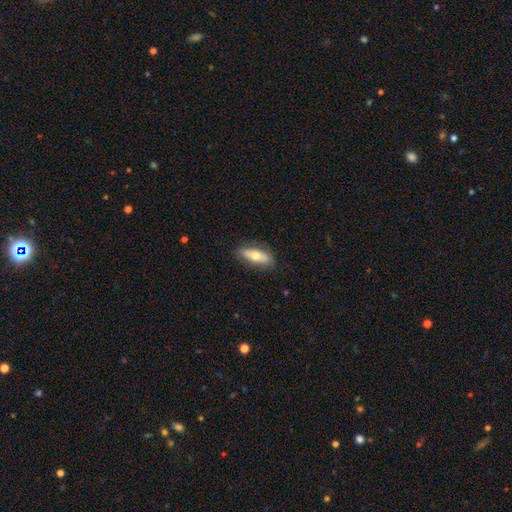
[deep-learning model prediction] smooth 59%, featured or disk 35%, star or artifact 6%. Down the decision tree: how rounded — in between (66%); merging — none (82%).